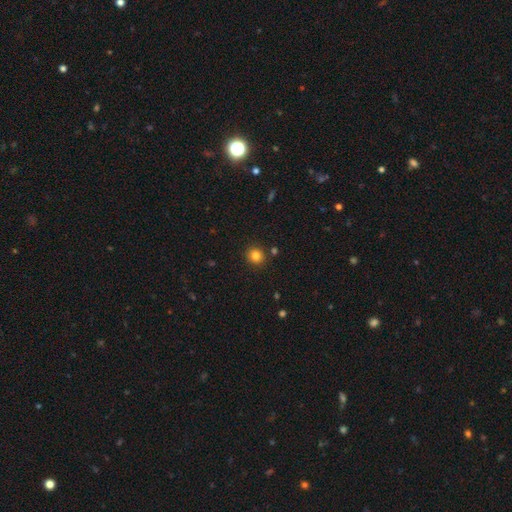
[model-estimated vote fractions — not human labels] A smooth galaxy with no disk features (81%) that is round (91%). Merging: none (88%).